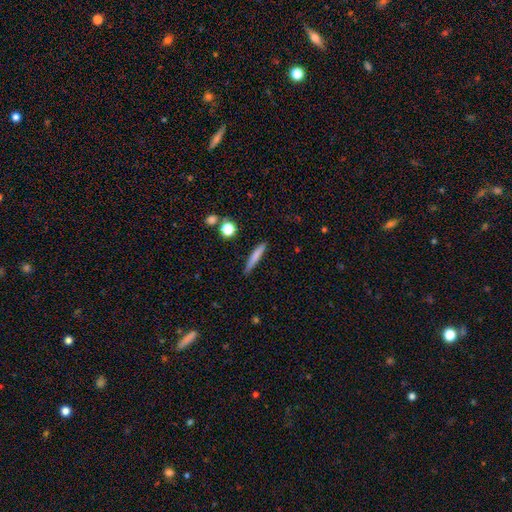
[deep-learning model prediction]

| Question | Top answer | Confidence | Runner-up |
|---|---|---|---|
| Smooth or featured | smooth | 73% | featured or disk (19%) |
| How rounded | cigar-shaped | 93% | in between (5%) |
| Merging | none | 84% | minor disturbance (11%) |